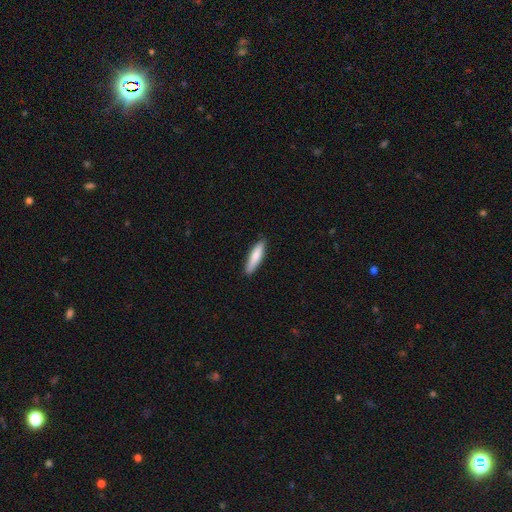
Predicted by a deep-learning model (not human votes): A smooth galaxy with no disk features (80%) that is cigar-shaped (77%).

Vote fractions:
- Smooth or featured? smooth: 80% / featured or disk: 15% / star or artifact: 5%
- How rounded? cigar-shaped: 77% / in between: 22% / round: 1%
- Merging? none: 88% / minor disturbance: 10% / major disturbance: 2% / merger: 1%